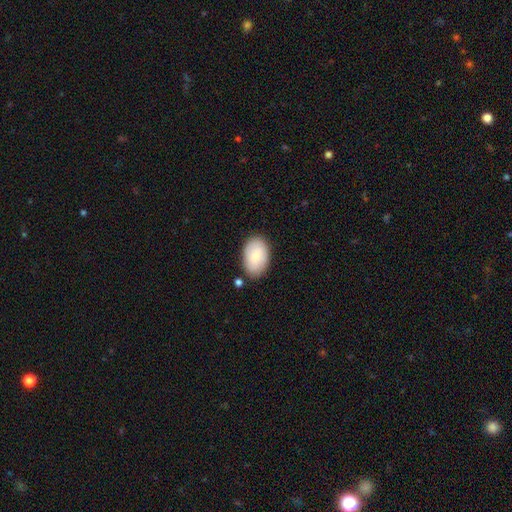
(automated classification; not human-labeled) smooth-or-featured: smooth: 73% | featured or disk: 20% | star or artifact: 6%
  how-rounded: in between: 91% | round: 8% | cigar-shaped: 1%
  merging: none: 81% | minor disturbance: 13% | merger: 3% | major disturbance: 3%